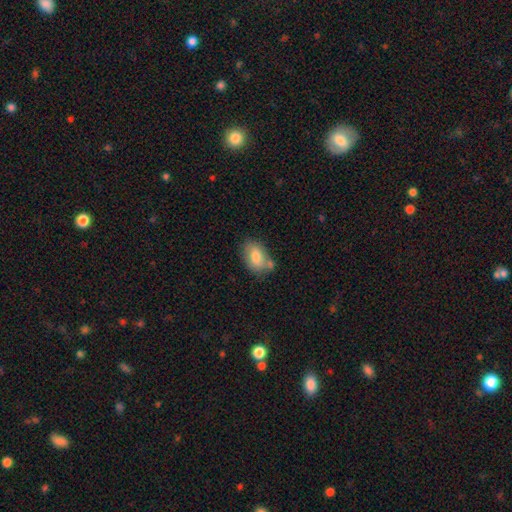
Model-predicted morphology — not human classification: Smooth or featured: smooth — 75% (featured or disk — 17%)
How rounded: in between — 83% (round — 15%)
Merging: none — 64% (minor disturbance — 18%)